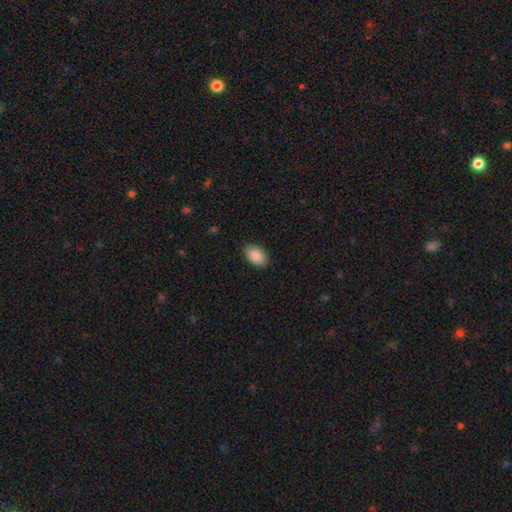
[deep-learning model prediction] Smooth or featured? Predicted: smooth (p=0.89). How rounded? Predicted: in between (p=0.92). Merging? Predicted: none (p=0.88).